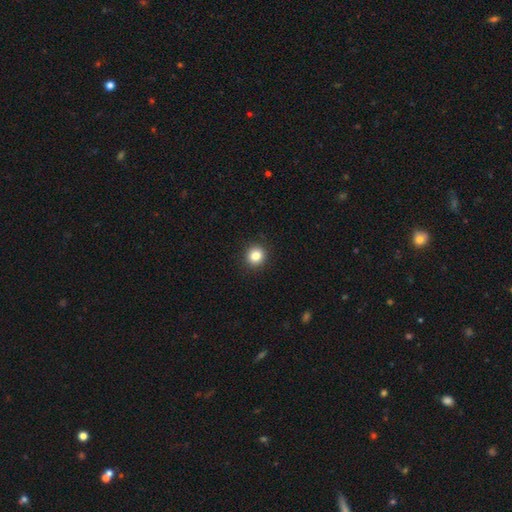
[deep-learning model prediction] A smooth galaxy with no disk features (84%) that is round (88%).

Vote fractions:
- Smooth or featured? smooth: 84% / star or artifact: 11% / featured or disk: 6%
- How rounded? round: 88% / in between: 11% / cigar-shaped: 1%
- Merging? none: 92% / minor disturbance: 5% / major disturbance: 2% / merger: 1%